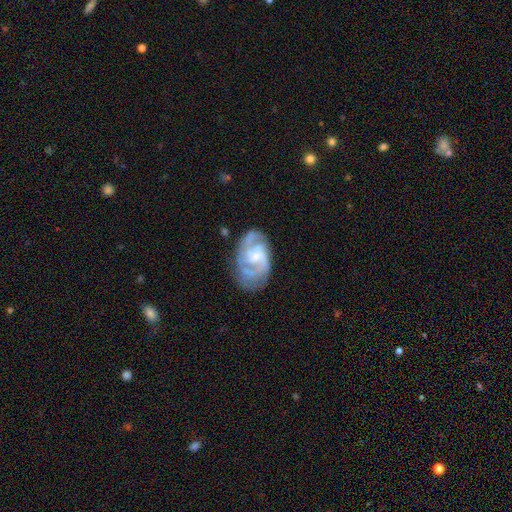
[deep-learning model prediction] featured or disk 83%, smooth 12%, star or artifact 5%. Down the decision tree: edge-on disk — no (98%); bar — no (48%); spiral arms — yes (93%); spiral arm count — 2 (54%); spiral winding — medium (48%); bulge size — small (51%); merging — none (62%).